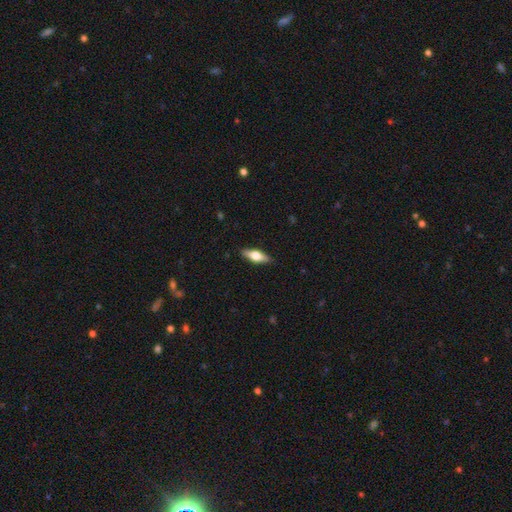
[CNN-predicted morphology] This is possibly a featured or disk galaxy (50%). Merging: clearly none (88%).